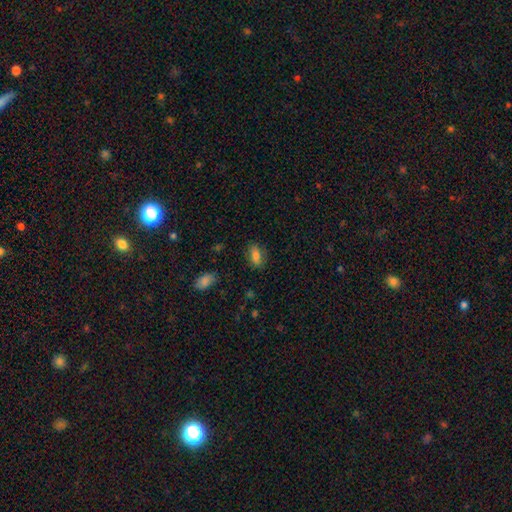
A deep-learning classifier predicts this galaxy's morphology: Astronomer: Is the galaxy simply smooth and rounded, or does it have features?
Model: smooth — 80%.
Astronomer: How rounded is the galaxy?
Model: in between — 86%.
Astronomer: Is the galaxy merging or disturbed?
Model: none — 79%.